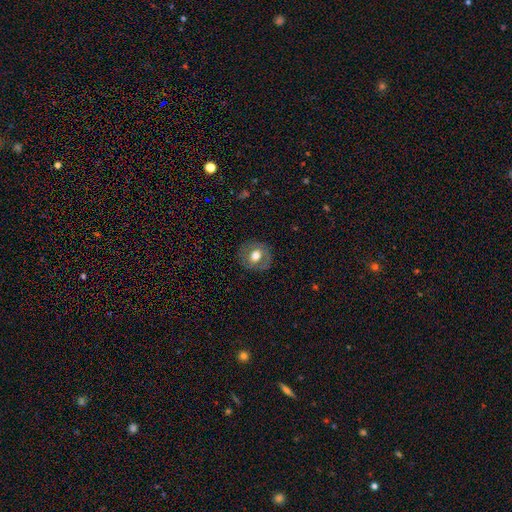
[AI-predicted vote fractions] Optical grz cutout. It shows a smooth galaxy with no disk features (58%) that is round (79%). Merging: none (82%).